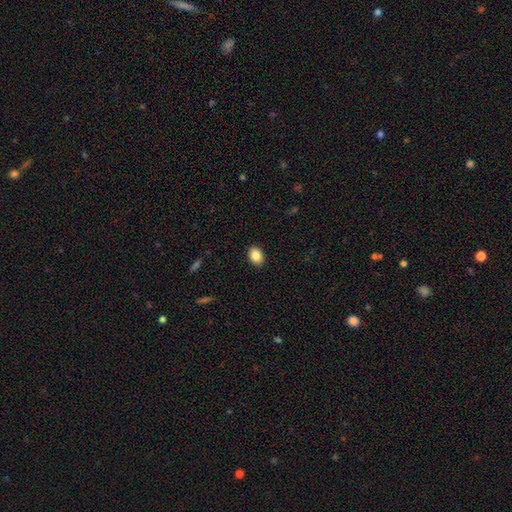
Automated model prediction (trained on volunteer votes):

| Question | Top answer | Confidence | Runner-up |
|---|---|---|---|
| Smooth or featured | smooth | 86% | star or artifact (8%) |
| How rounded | in between | 68% | round (31%) |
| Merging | none | 90% | minor disturbance (7%) |